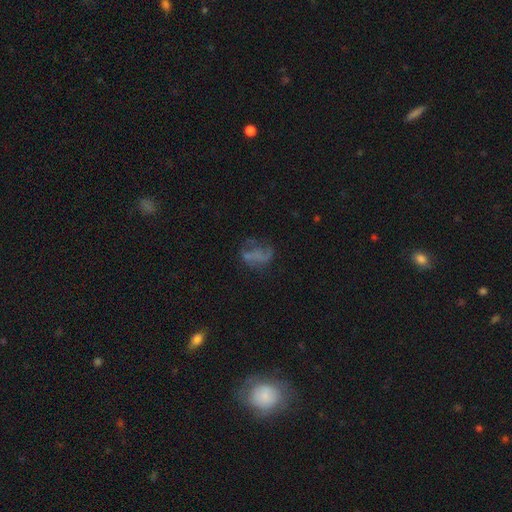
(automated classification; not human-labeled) Overall: featured or disk (44%; smooth 37%). Merging: none (40%; major disturbance 32%).